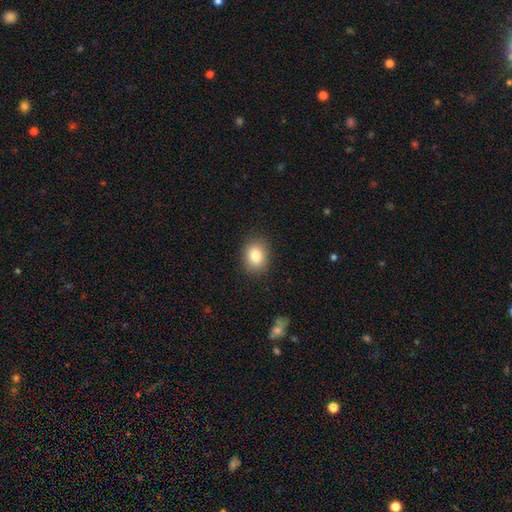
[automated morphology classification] type=smooth (83%); roundness=in between (51%); merging=none (87%).